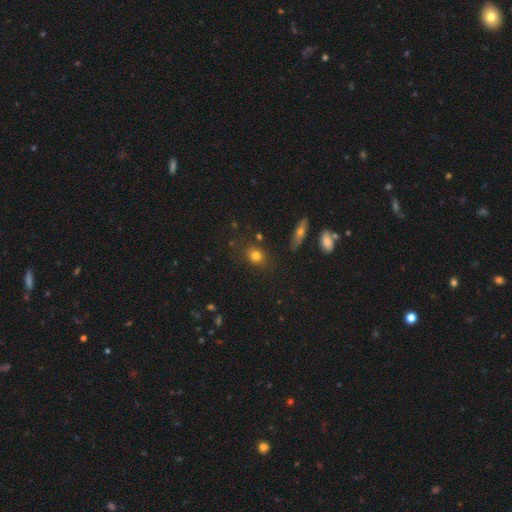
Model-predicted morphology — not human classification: type=smooth (78%); roundness=round (53%); merging=none (80%).